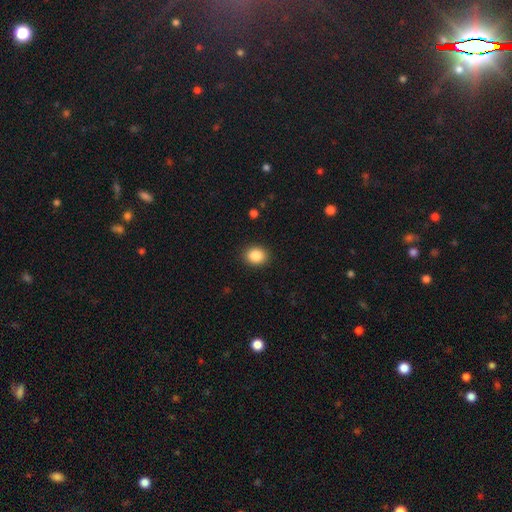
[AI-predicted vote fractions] Overall: smooth (87%). How rounded: round (59%; in between 40%). Merging: none (90%).